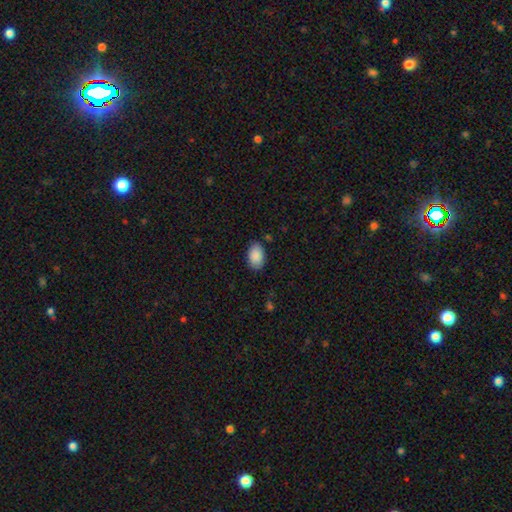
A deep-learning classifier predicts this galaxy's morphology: Smooth or featured? smooth (90%)
How rounded? in between (90%)
Merging? none (84%)